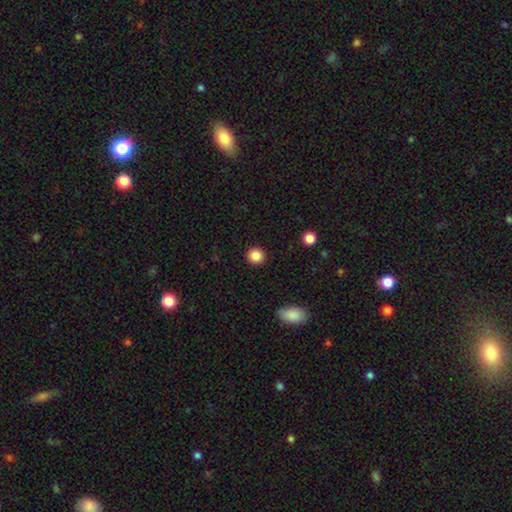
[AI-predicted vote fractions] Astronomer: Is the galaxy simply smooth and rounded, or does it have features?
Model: smooth — 86%.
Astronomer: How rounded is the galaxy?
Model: round — 92%.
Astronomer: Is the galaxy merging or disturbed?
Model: none — 92%.